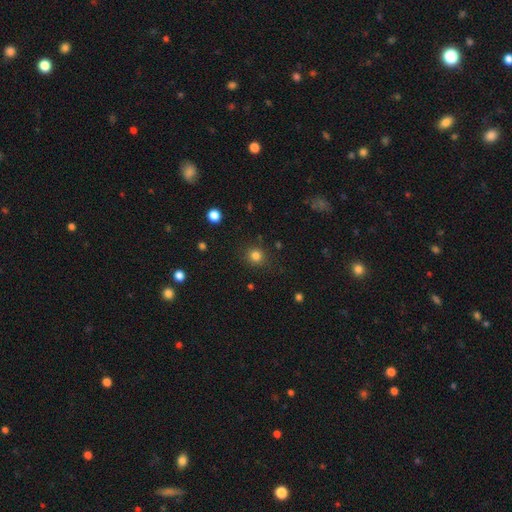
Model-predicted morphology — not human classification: Smooth or featured? Predicted: smooth (p=0.82). How rounded? Predicted: round (p=0.90). Merging? Predicted: none (p=0.87).